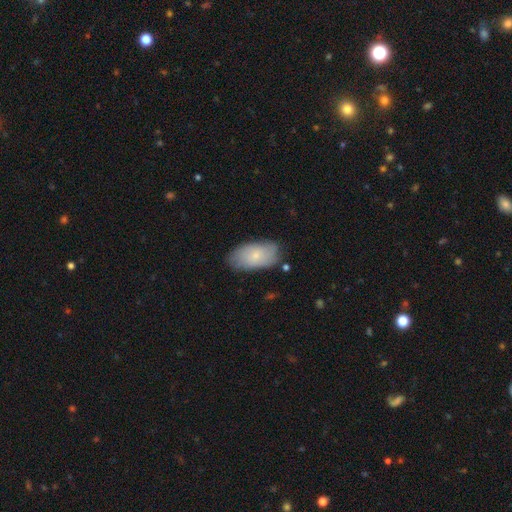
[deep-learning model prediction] smooth-or-featured: smooth: 69% | featured or disk: 25% | star or artifact: 6%
  how-rounded: in between: 94% | round: 3% | cigar-shaped: 3%
  merging: none: 74% | minor disturbance: 20% | major disturbance: 4% | merger: 2%